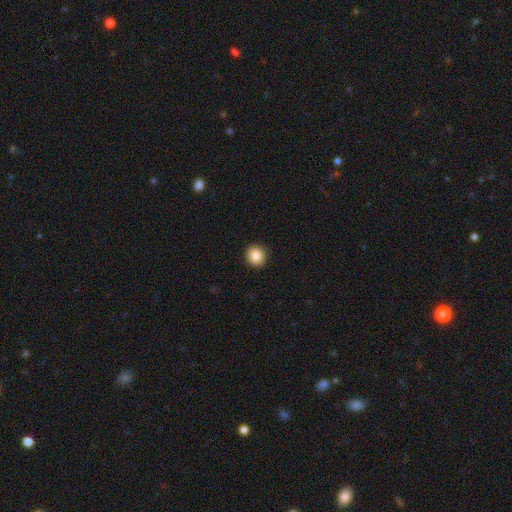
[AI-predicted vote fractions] Smooth or featured? Predicted: smooth (p=0.86). How rounded? Predicted: round (p=0.92). Merging? Predicted: none (p=0.93).